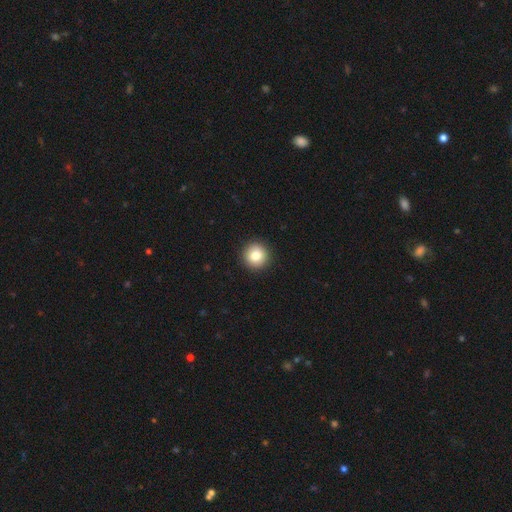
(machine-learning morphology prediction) A smooth galaxy with no disk features (81%) that is round (94%).

Vote fractions:
- Smooth or featured? smooth: 81% / featured or disk: 10% / star or artifact: 10%
- How rounded? round: 94% / in between: 5% / cigar-shaped: 1%
- Merging? none: 93% / minor disturbance: 4% / major disturbance: 2% / merger: 1%